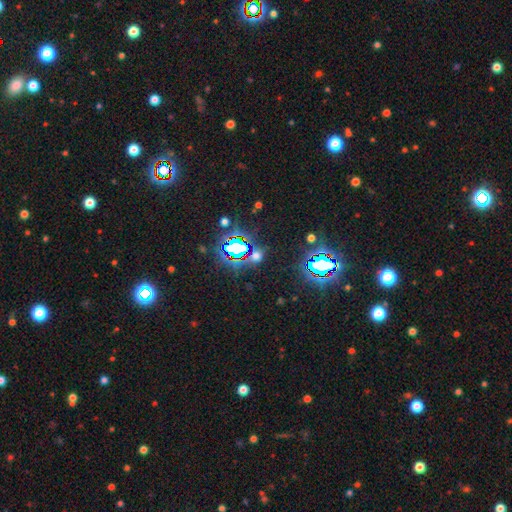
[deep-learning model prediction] This appears to be a star or artifact, not a galaxy (66%).